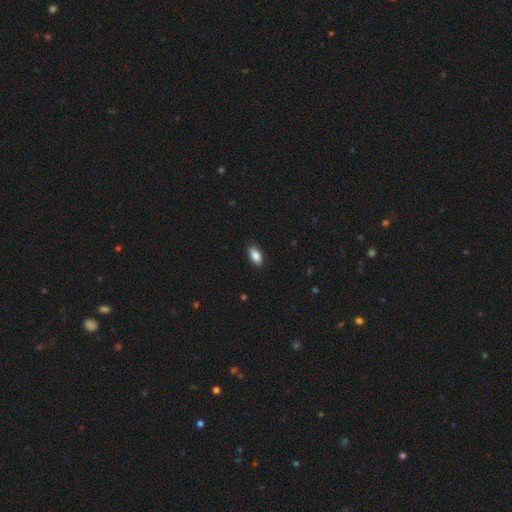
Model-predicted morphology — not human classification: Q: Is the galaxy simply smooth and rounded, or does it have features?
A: smooth — 87%.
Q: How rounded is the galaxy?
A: in between — 92%.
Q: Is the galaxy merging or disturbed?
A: none — 88%.